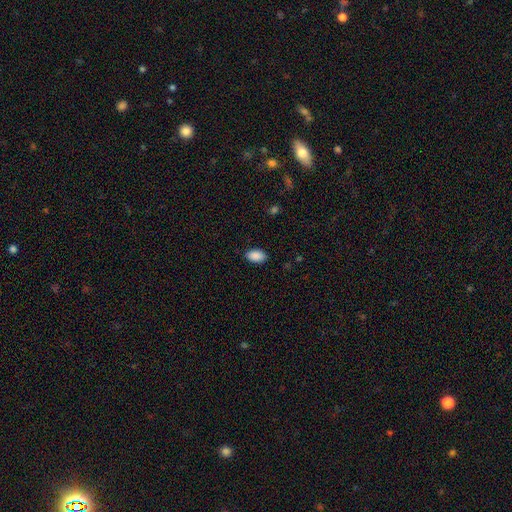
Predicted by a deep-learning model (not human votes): Q: Smooth or featured?
A: smooth (90%); runner-up: star or artifact (7%)
Q: How rounded?
A: in between (93%); runner-up: round (6%)
Q: Merging?
A: none (87%); runner-up: minor disturbance (10%)